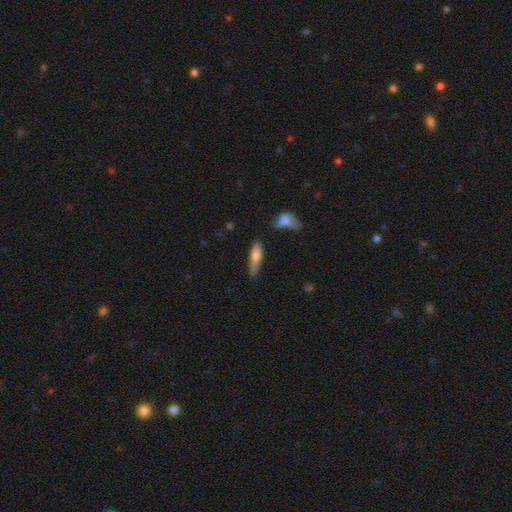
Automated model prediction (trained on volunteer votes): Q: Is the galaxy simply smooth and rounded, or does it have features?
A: smooth — 66%.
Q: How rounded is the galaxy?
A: cigar-shaped — 68%.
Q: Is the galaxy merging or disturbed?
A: none — 55%.